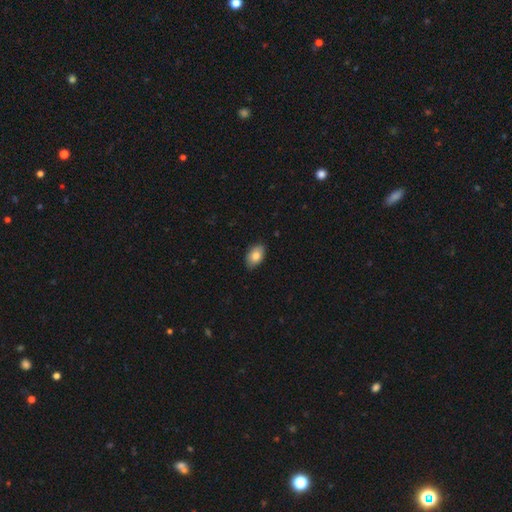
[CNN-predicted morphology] Smooth or featured? Predicted: smooth (p=0.83). How rounded? Predicted: in between (p=0.90). Merging? Predicted: none (p=0.84).